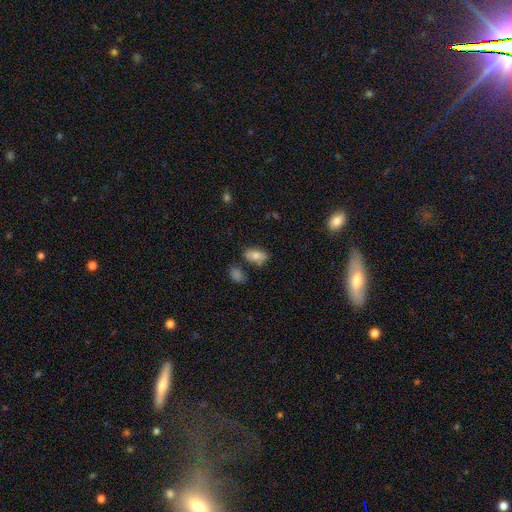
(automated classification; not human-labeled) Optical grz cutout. It shows a smooth galaxy with no disk features (76%) that is in between round and cigar-shaped (89%). Merging: none (70%).